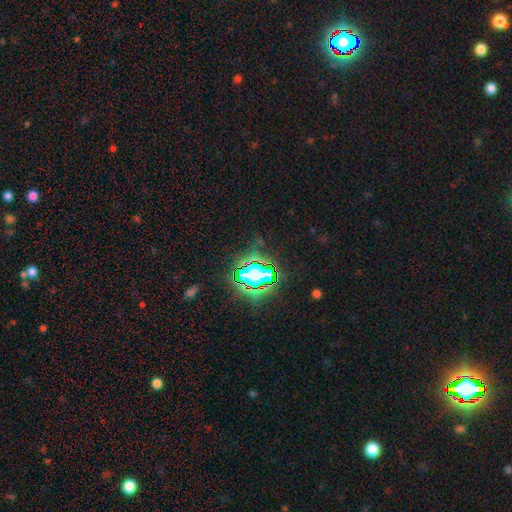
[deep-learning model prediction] Smooth or featured? star or artifact (82%)